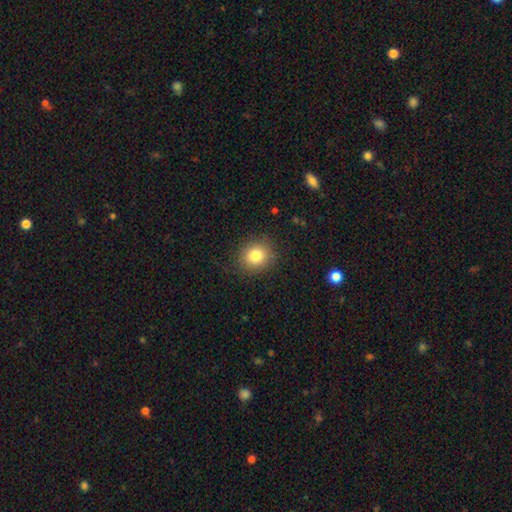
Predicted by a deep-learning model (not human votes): smooth_or_featured: smooth (p=0.82) [alt: star or artifact p=0.10]
how_rounded: round (p=0.79) [alt: in between p=0.20]
merging: none (p=0.86) [alt: minor disturbance p=0.10]